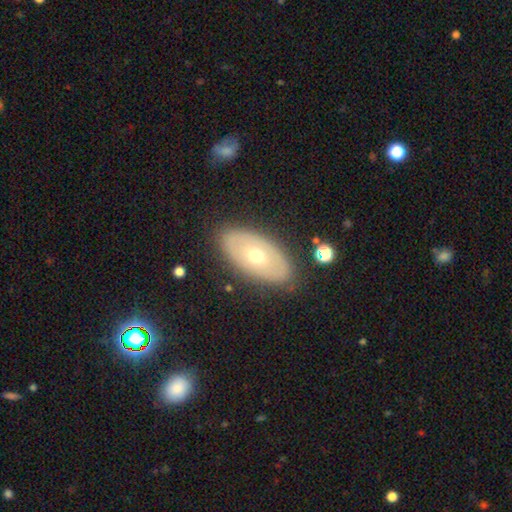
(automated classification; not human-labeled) featured or disk 49%, smooth 45%, star or artifact 6%. Down the decision tree: merging — none (84%).